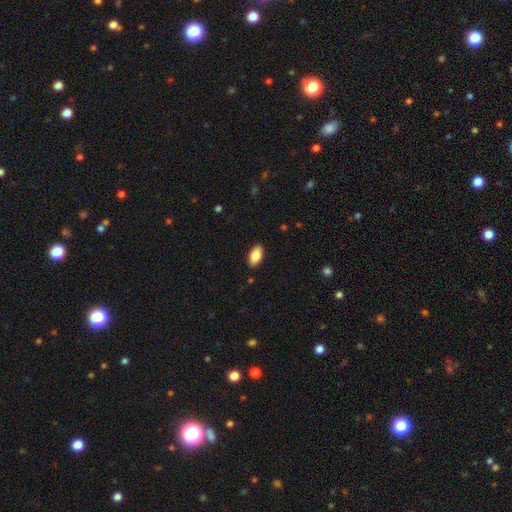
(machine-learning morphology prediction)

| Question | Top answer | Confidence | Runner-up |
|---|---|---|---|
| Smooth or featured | smooth | 84% | featured or disk (9%) |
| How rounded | in between | 92% | cigar-shaped (5%) |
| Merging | none | 88% | minor disturbance (9%) |